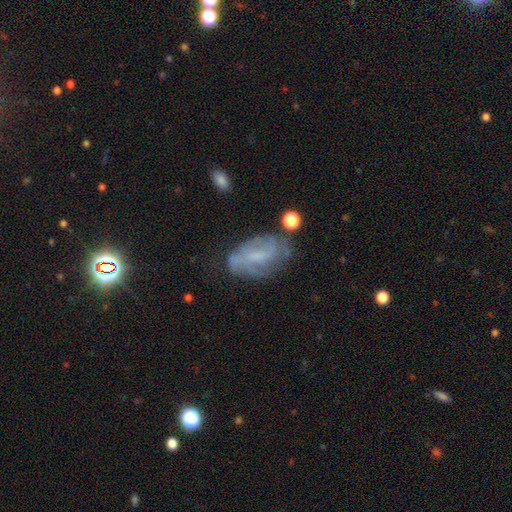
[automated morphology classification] Smooth or featured?
  - featured or disk: 63% *
  - smooth: 26%
  - star or artifact: 11%
Edge-on disk?
  - no: 95% *
  - yes: 5%
Bar?
  - weak: 49% *
  - no: 36%
  - strong: 16%
Spiral arms?
  - yes: 79% *
  - no: 21%
Bulge size?
  - small: 42% *
  - none: 31%
  - moderate: 23%
  - large: 2%
  - dominant: 1%
Merging?
  - none: 62% *
  - minor disturbance: 23%
  - major disturbance: 11%
  - merger: 4%